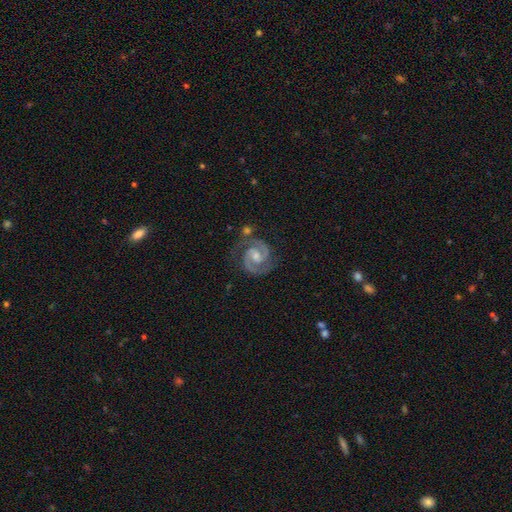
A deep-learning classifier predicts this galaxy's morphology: type=featured or disk (92%); edge-on=no (98%); bar=weak (47%); spiral arms=yes (99%); winding=tight (49%); arm count=2 (94%); bulge=moderate (49%); merging=none (78%).